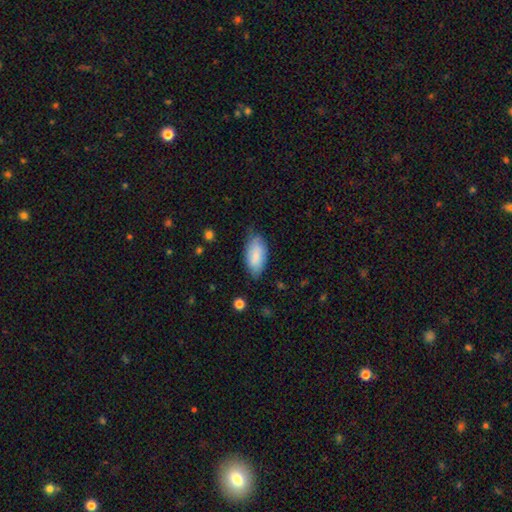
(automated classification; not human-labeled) Smooth or featured: smooth — 79% (featured or disk — 15%)
How rounded: in between — 91% (cigar-shaped — 7%)
Merging: none — 71% (minor disturbance — 24%)